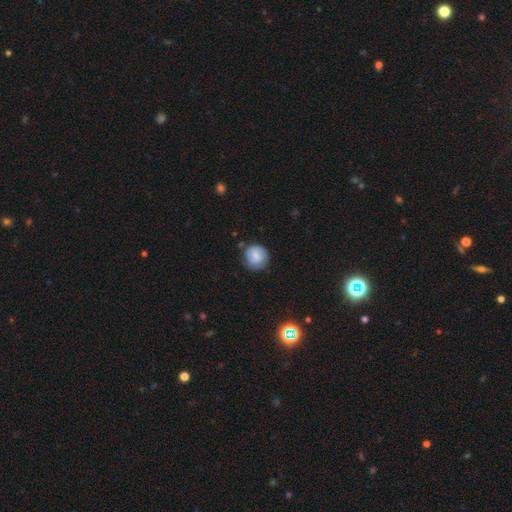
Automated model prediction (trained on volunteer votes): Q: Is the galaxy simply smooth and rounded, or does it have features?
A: smooth — 71%.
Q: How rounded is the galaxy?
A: round — 88%.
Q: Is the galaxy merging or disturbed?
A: none — 73%.